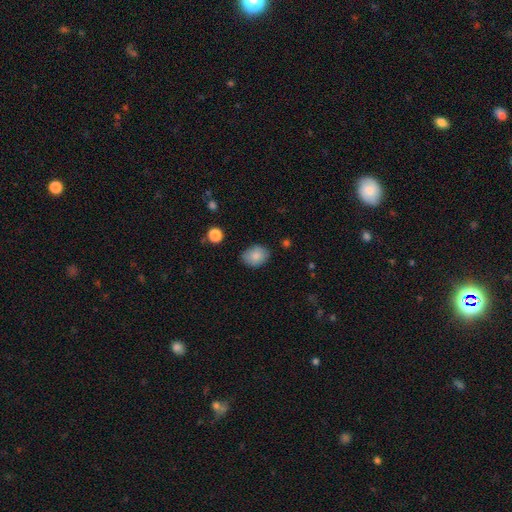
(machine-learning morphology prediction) smooth-or-featured: smooth: 85% | star or artifact: 8% | featured or disk: 7%
  how-rounded: in between: 61% | round: 38% | cigar-shaped: 1%
  merging: none: 79% | minor disturbance: 16% | major disturbance: 3% | merger: 2%